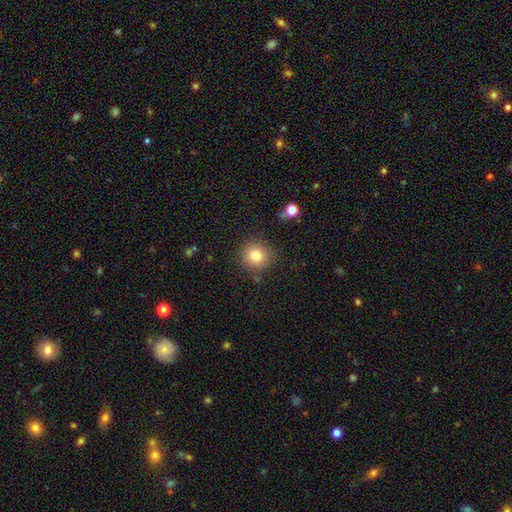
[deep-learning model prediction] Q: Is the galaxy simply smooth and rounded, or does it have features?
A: smooth — 82%.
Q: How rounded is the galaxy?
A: round — 91%.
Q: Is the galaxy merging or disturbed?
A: none — 86%.